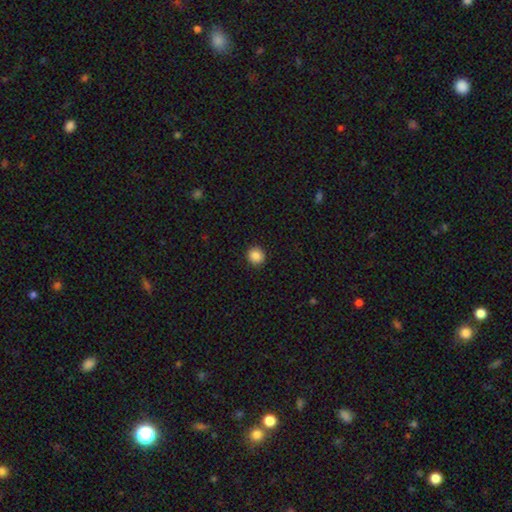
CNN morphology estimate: smooth 86%, star or artifact 10%, featured or disk 4%. Down the decision tree: how rounded — round (91%); merging — none (92%).